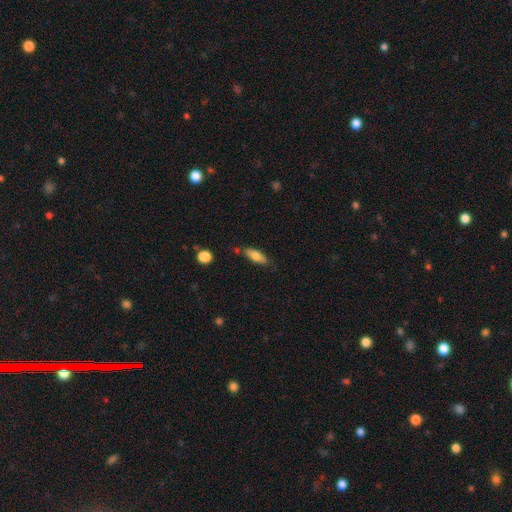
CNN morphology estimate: type=smooth (72%); roundness=in between (63%); merging=none (75%).